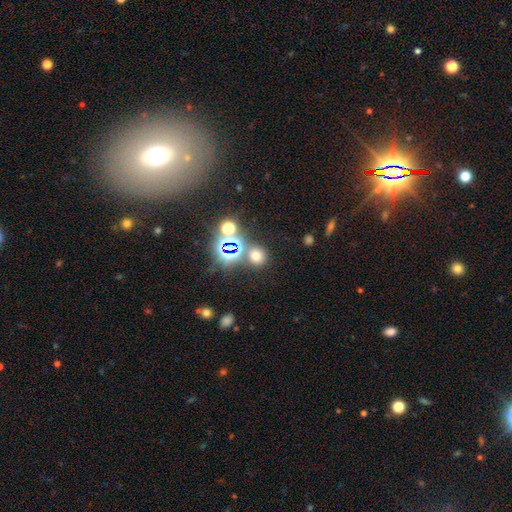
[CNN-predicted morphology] Overall: smooth (60%; star or artifact 33%). How rounded: round (81%). Merging: none (77%).